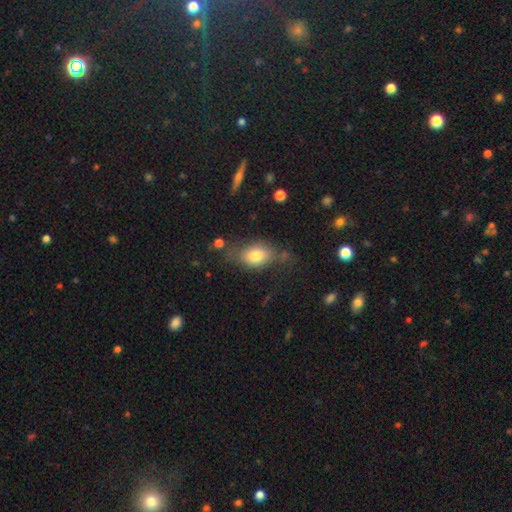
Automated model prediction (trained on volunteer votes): smooth_or_featured: smooth (p=0.75) [alt: featured or disk p=0.16]
how_rounded: in between (p=0.82) [alt: round p=0.15]
merging: none (p=0.55) [alt: minor disturbance p=0.26]